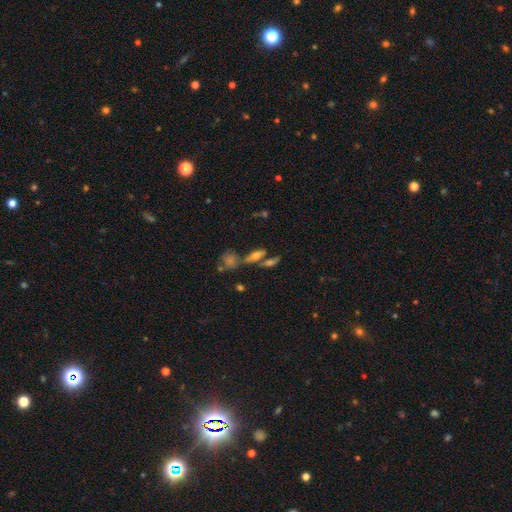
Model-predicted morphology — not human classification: smooth 44%, featured or disk 40%, star or artifact 17%. Down the decision tree: merging — none (57%).